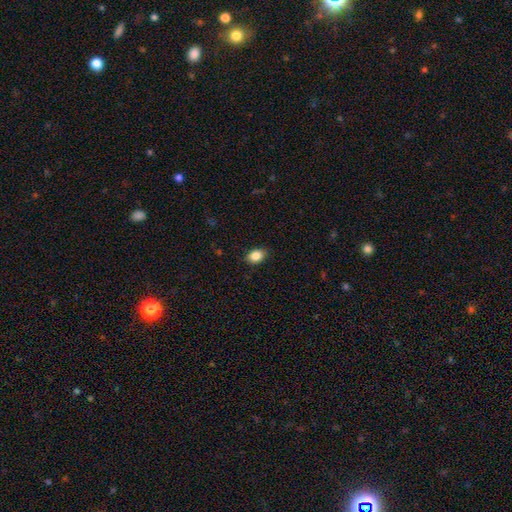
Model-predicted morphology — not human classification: Smooth or featured? smooth (86%)
How rounded? in between (79%)
Merging? none (87%)